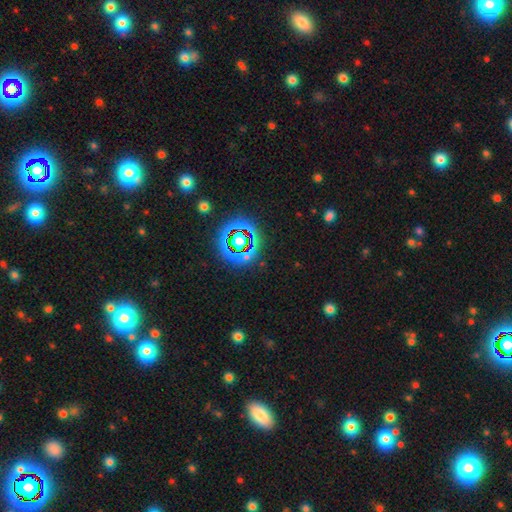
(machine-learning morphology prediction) Q: Smooth or featured?
A: star or artifact (77%); runner-up: smooth (13%)